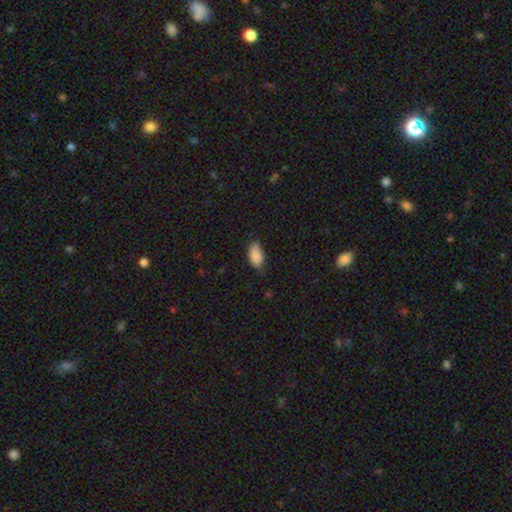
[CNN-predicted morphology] smooth-or-featured: smooth: 88% | star or artifact: 7% | featured or disk: 5%
  how-rounded: in between: 93% | cigar-shaped: 4% | round: 3%
  merging: none: 71% | minor disturbance: 24% | major disturbance: 4% | merger: 1%